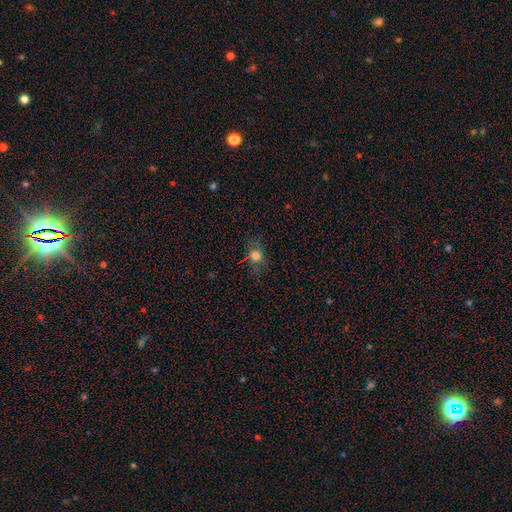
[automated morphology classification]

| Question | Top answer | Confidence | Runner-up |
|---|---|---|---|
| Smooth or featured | smooth | 66% | star or artifact (18%) |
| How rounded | in between | 52% | round (42%) |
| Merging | none | 73% | minor disturbance (18%) |